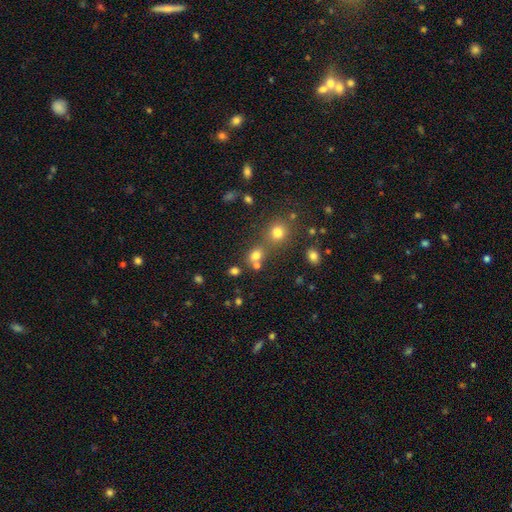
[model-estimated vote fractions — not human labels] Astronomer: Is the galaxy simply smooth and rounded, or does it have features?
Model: smooth — 72%.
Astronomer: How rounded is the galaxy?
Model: round — 67%.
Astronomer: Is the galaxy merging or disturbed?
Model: none — 51% (runner-up: merger, 34%).